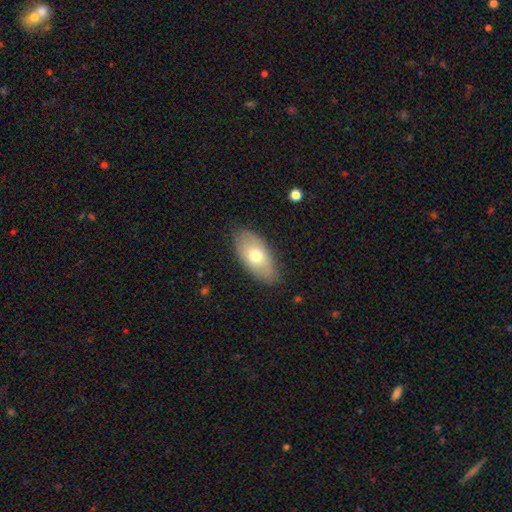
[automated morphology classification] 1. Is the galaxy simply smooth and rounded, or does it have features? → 67% smooth, 27% featured or disk, 6% star or artifact.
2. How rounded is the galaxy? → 91% in between, 5% cigar-shaped, 4% round.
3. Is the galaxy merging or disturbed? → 83% none, 13% minor disturbance, 3% major disturbance, 1% merger.